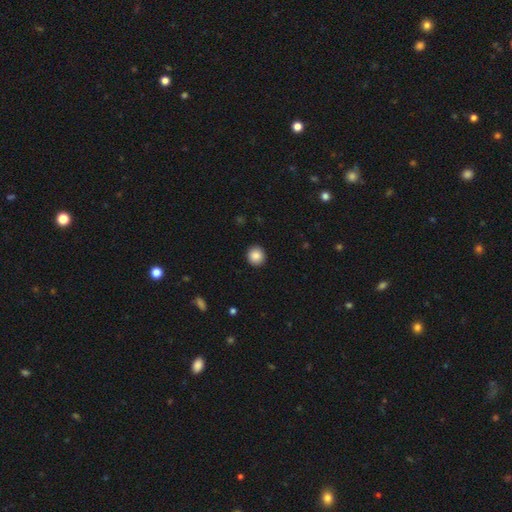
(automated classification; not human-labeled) Smooth or featured? Predicted: smooth (p=0.88). How rounded? Predicted: round (p=0.90). Merging? Predicted: none (p=0.92).